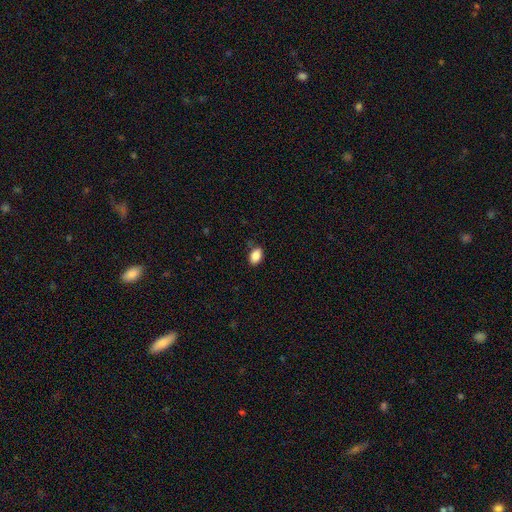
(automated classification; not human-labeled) A smooth galaxy with no disk features (88%) that is in between round and cigar-shaped (85%). Merging: none (82%).